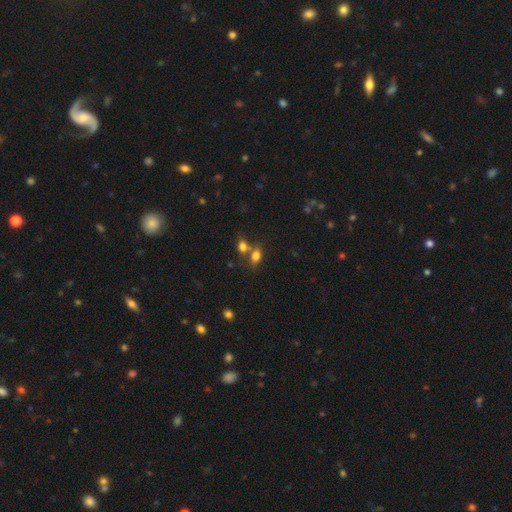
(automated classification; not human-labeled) Smooth or featured? smooth (78%)
How rounded? in between (81%)
Merging? none (44%)